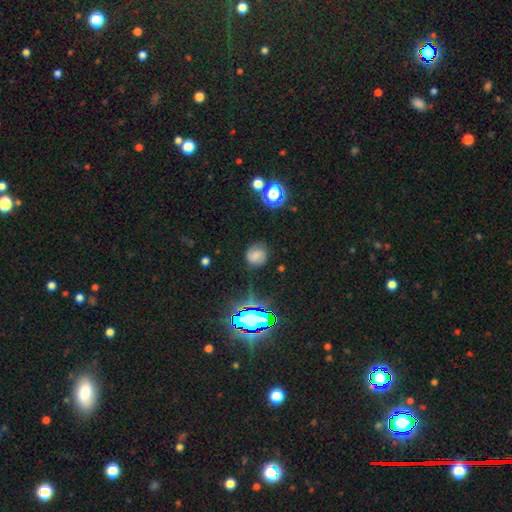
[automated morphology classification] This is likely a smooth galaxy (64%). How rounded: clearly round (81%). Merging: likely none (74%).